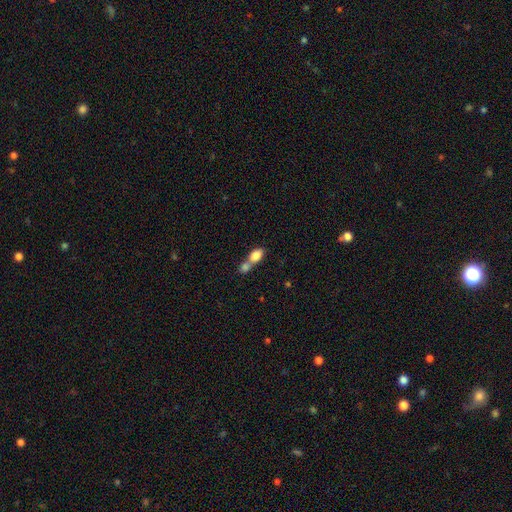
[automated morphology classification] Smooth or featured: smooth — 81% (featured or disk — 11%)
How rounded: in between — 84% (round — 12%)
Merging: merger — 66% (none — 24%)